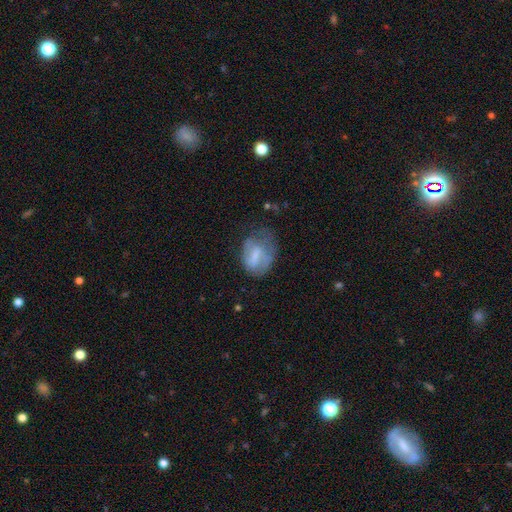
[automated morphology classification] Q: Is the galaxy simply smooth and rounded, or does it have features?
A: smooth — 56%.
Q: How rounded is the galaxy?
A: in between — 70%.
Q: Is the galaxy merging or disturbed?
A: none — 36%.